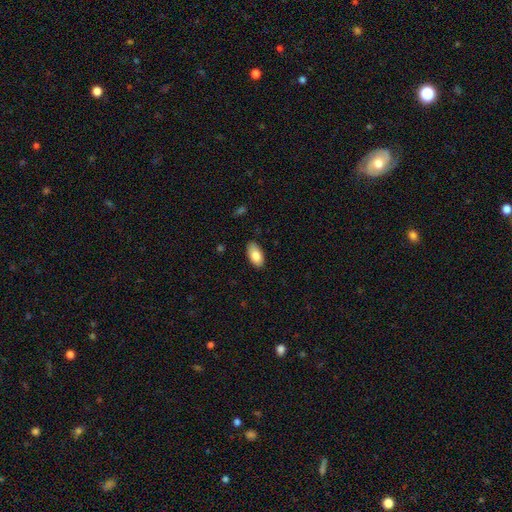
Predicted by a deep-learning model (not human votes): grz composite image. It shows a smooth galaxy with no disk features (83%) that is in between round and cigar-shaped (94%). Merging: none (84%).